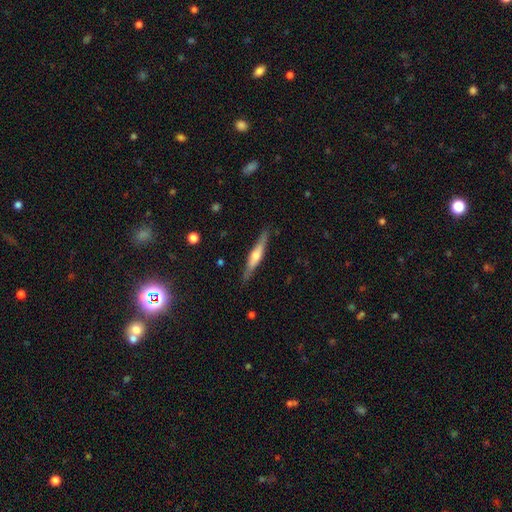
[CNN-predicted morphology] The model was most divided on "smooth or featured": featured or disk: 57%, smooth: 37%, star or artifact: 6%. More confident: edge-on disk — yes (95%); merging — none (86%); edge-on bulge — rounded (79%).